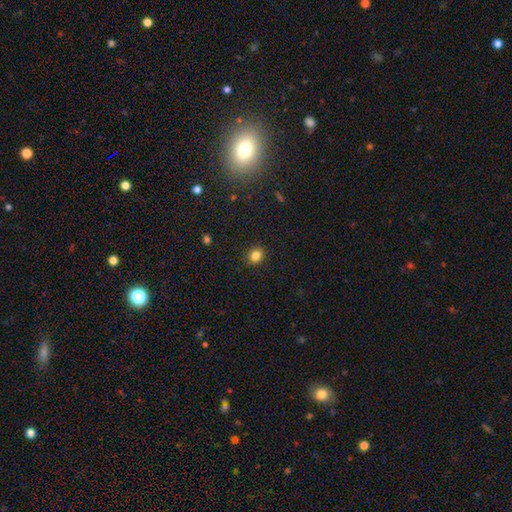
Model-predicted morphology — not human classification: smooth_or_featured: smooth (p=0.83) [alt: star or artifact p=0.12]
how_rounded: round (p=0.80) [alt: in between p=0.19]
merging: none (p=0.90) [alt: minor disturbance p=0.07]